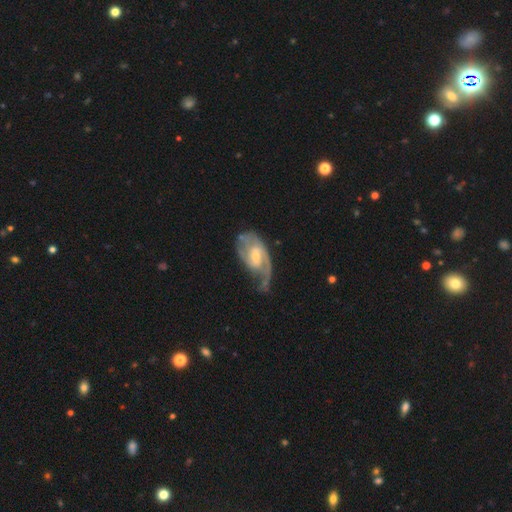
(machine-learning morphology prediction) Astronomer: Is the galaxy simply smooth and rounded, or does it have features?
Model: featured or disk — 83%.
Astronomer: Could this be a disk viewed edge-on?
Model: no — 96%.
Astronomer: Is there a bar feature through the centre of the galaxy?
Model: weak — 56%.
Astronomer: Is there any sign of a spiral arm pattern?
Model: yes — 93%.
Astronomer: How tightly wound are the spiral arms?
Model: medium — 46% (runner-up: tight, 29%).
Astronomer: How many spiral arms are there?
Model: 2 — 54%.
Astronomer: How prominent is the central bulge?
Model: small — 46% (runner-up: moderate, 43%).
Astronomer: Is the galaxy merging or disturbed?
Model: none — 42% (runner-up: minor disturbance, 27%).